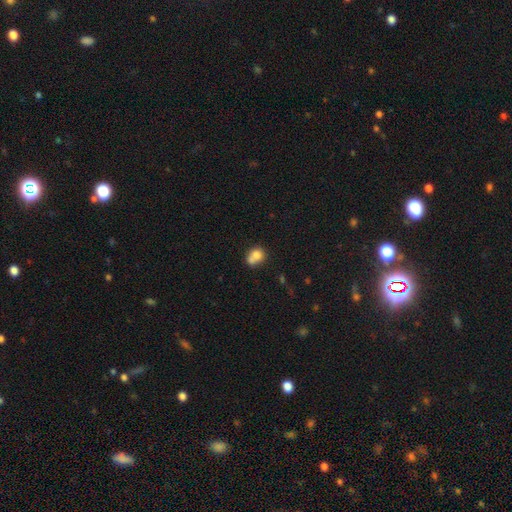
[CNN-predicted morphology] smooth-or-featured: smooth: 75% | featured or disk: 15% | star or artifact: 10%
  how-rounded: round: 65% | in between: 34% | cigar-shaped: 1%
  merging: merger: 49% | none: 33% | minor disturbance: 13% | major disturbance: 5%